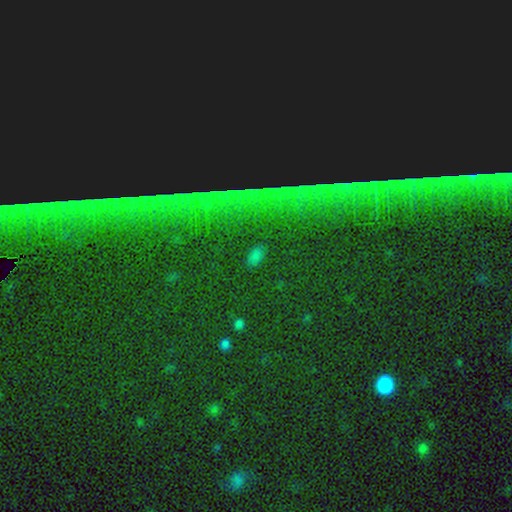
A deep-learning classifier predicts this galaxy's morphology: smooth-or-featured: star or artifact: 57% | smooth: 33% | featured or disk: 10%